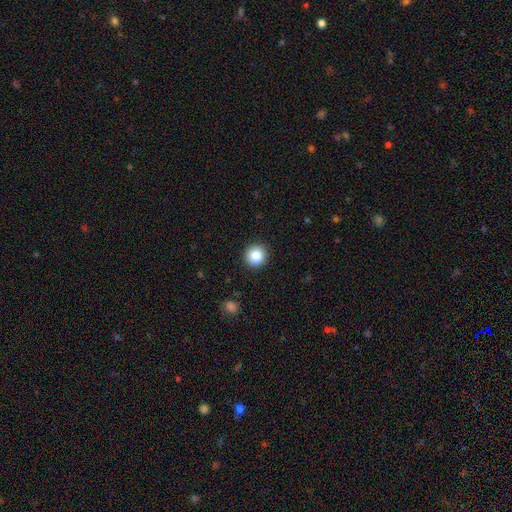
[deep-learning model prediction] Morphology: type=smooth (85%); roundness=round (94%); merging=none (92%).